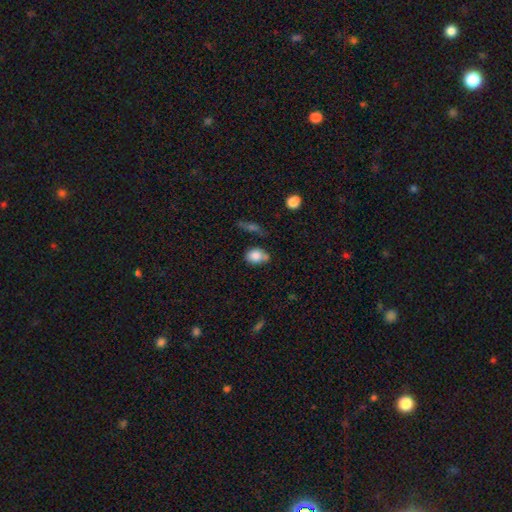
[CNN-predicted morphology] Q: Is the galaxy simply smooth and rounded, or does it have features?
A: smooth — 82%.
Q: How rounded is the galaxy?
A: in between — 60%.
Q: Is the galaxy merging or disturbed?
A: none — 49%.